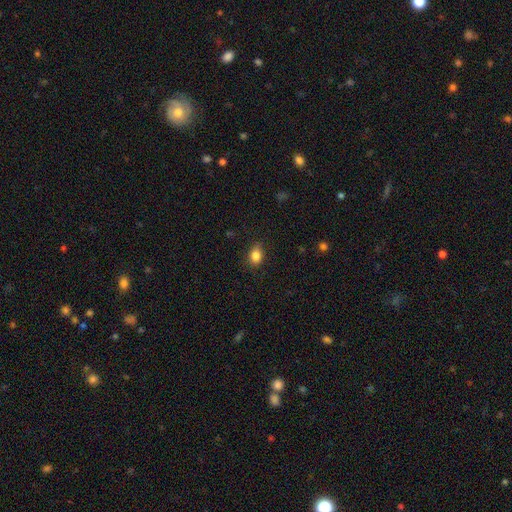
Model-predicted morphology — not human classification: Smooth or featured? smooth (85%)
How rounded? in between (60%)
Merging? none (82%)